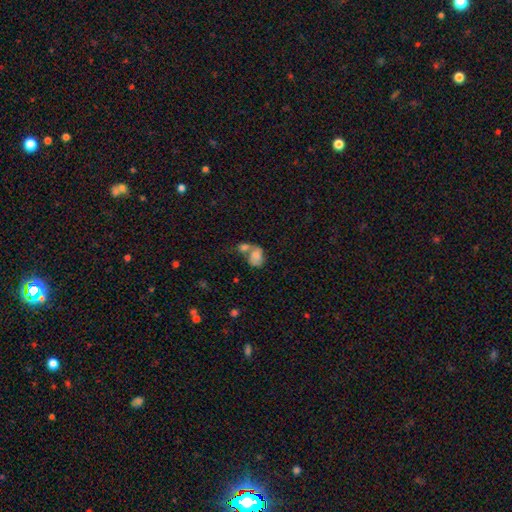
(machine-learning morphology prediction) This is likely a smooth galaxy (73%). How rounded: likely in between (70%). Merging: likely merger (64%).